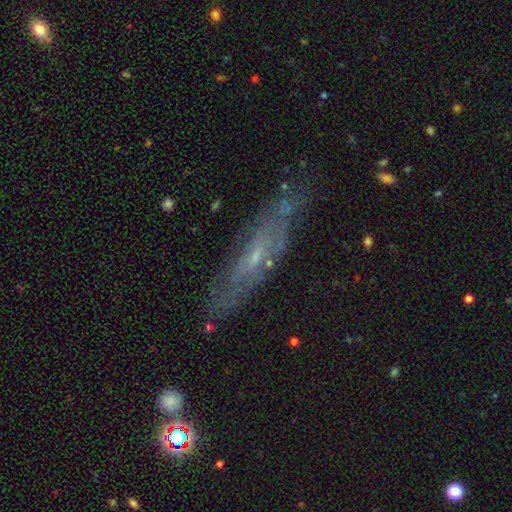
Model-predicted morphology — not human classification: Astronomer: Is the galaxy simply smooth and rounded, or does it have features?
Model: featured or disk — 62%.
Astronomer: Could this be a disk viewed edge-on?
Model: yes — 55% (runner-up: no, 45%).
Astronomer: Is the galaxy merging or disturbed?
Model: none — 78%.